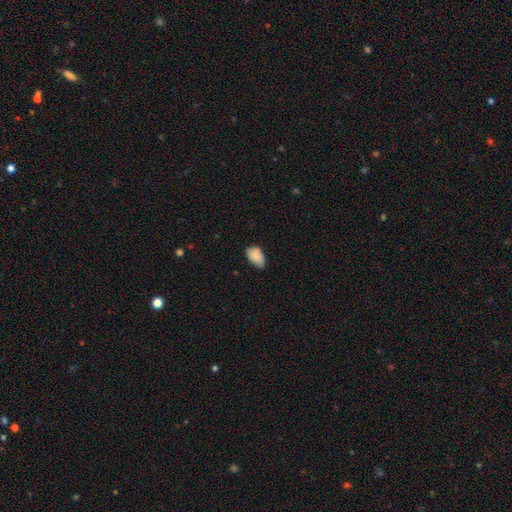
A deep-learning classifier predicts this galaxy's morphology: smooth-or-featured: smooth: 87% | star or artifact: 7% | featured or disk: 6%
  how-rounded: in between: 91% | round: 8% | cigar-shaped: 2%
  merging: none: 56% | minor disturbance: 37% | major disturbance: 5% | merger: 2%